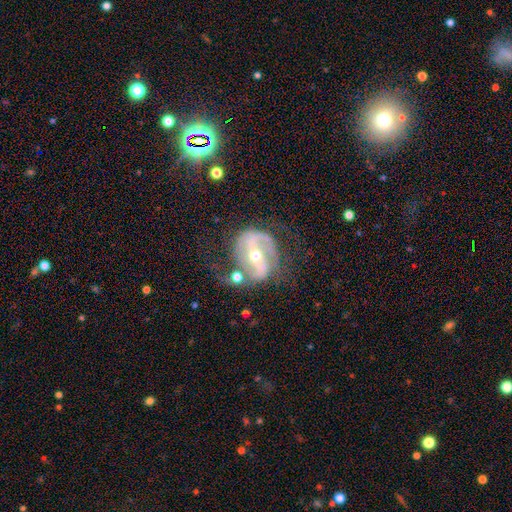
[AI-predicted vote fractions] smooth-or-featured: featured or disk: 87% | star or artifact: 7% | smooth: 7%
  disk-edge-on: no: 96% | yes: 4%
    bar: strong: 58% | weak: 26% | no: 17%
    has-spiral-arms: yes: 93% | no: 7%
      spiral-winding: medium: 47% | loose: 31% | tight: 22%
      spiral-arm-count: 2: 84% | can't tell: 6% | 1: 4% | 3: 3% | 4: 1% | more than 4: 1%
    bulge-size: small: 50% | moderate: 47% | large: 2% | dominant: 1% | none: 1%
  merging: none: 53% | minor disturbance: 22% | major disturbance: 19% | merger: 6%